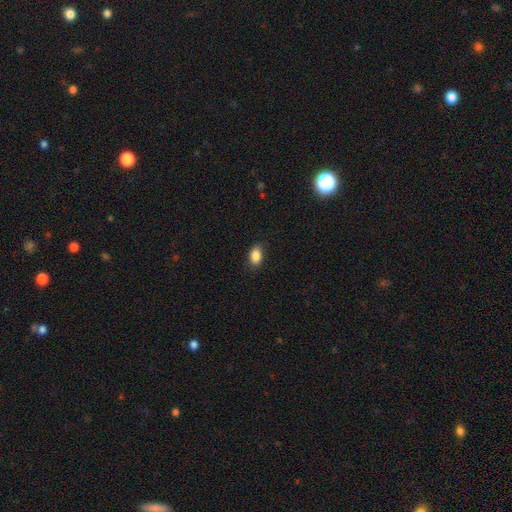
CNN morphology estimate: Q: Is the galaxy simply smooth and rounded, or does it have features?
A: smooth — 88%.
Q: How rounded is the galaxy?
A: in between — 87%.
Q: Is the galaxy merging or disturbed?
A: none — 85%.